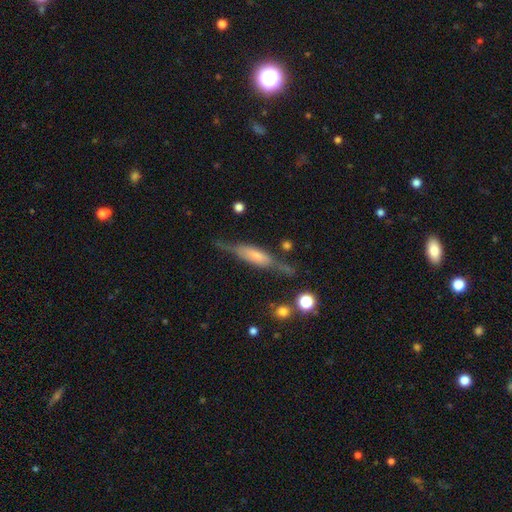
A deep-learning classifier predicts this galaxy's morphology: Q: Smooth or featured?
A: featured or disk (60%); runner-up: smooth (33%)
Q: Edge-on disk?
A: yes (83%); runner-up: no (17%)
Q: Merging?
A: none (60%); runner-up: minor disturbance (24%)